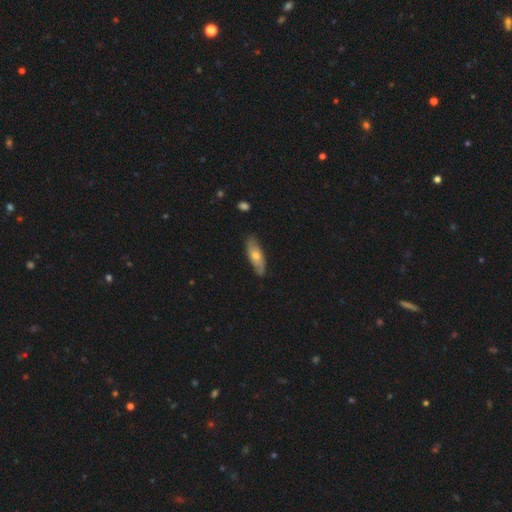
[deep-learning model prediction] A smooth galaxy with no disk features (50%) that is in between round and cigar-shaped (57%). Merging: none (82%).